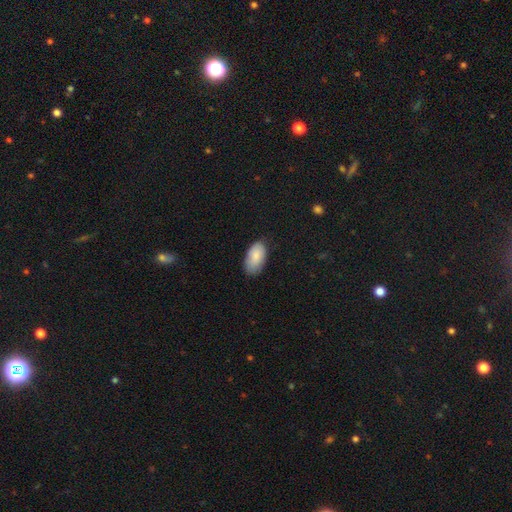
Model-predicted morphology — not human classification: Overall: smooth (85%). How rounded: in between (95%). Merging: none (75%).